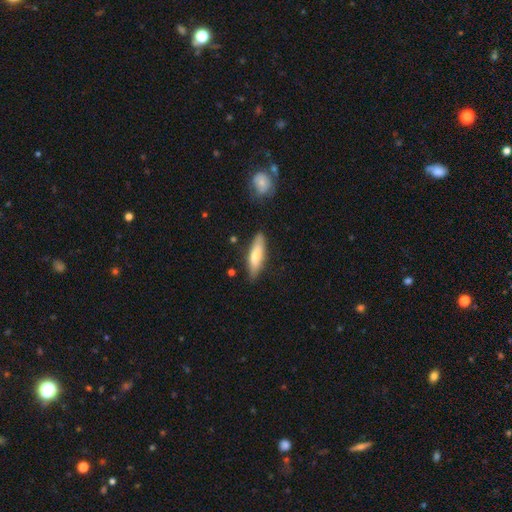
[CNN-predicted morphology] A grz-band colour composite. It shows a smooth galaxy with no disk features (68%) that is cigar-shaped (61%). Merging: none (82%).